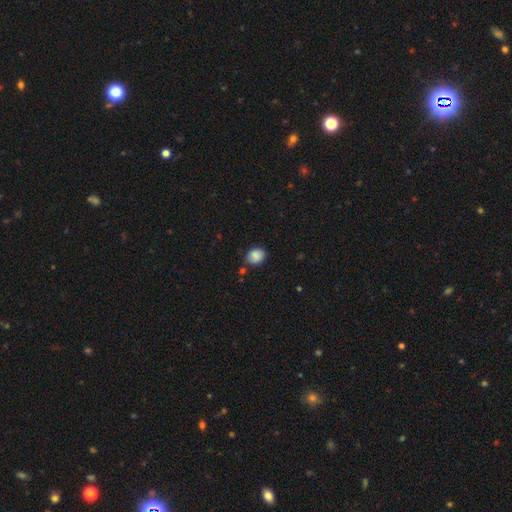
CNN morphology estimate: Smooth or featured? smooth (86%)
How rounded? round (53%)
Merging? none (77%)